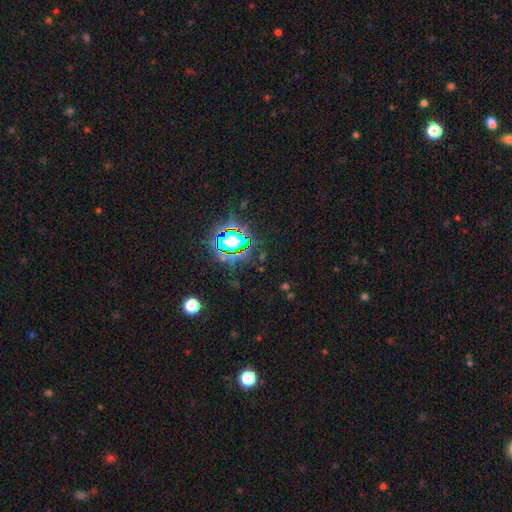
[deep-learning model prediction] Smooth or featured? Predicted: star or artifact (p=0.80).